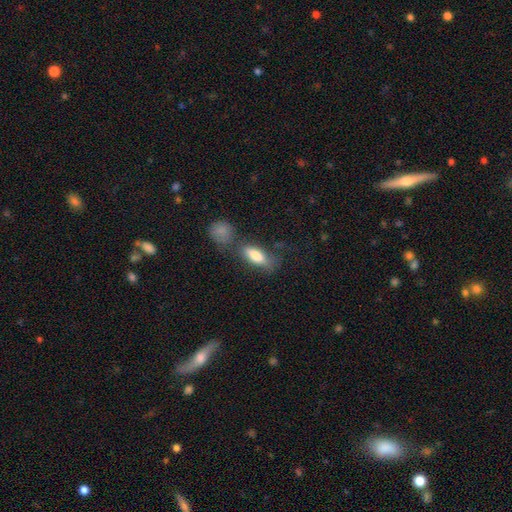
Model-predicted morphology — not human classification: Overall: smooth (78%). How rounded: in between (72%). Merging: none (54%; minor disturbance 19%).